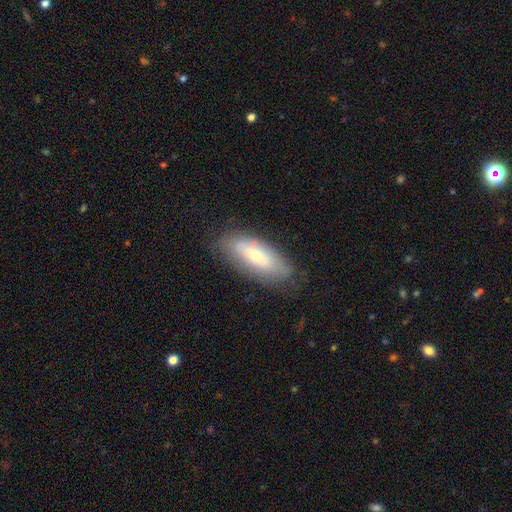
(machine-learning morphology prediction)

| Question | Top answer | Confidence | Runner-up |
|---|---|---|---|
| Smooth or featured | smooth | 49% | featured or disk (40%) |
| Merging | none | 84% | minor disturbance (12%) |